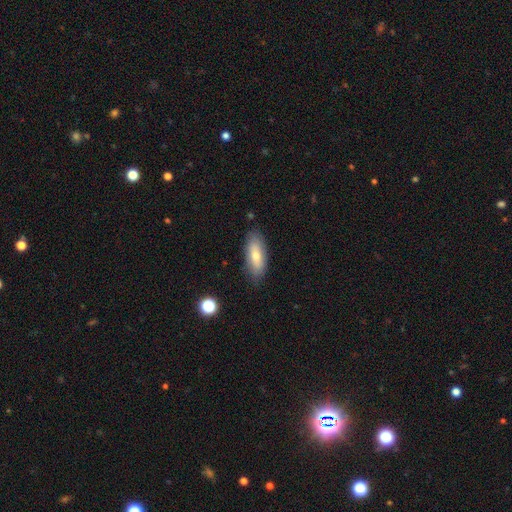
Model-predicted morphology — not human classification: This is likely a smooth galaxy (66%). How rounded: likely in between (70%). Merging: clearly none (82%).